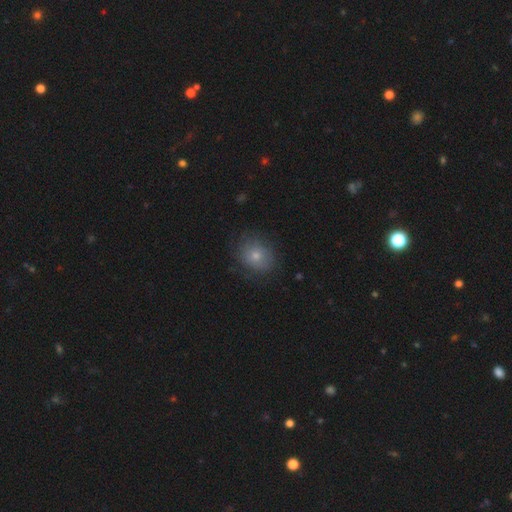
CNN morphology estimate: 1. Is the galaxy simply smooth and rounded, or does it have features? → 68% smooth, 18% featured or disk, 14% star or artifact.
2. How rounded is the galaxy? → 71% round, 28% in between, 1% cigar-shaped.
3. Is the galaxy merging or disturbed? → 80% none, 14% minor disturbance, 5% major disturbance, 1% merger.